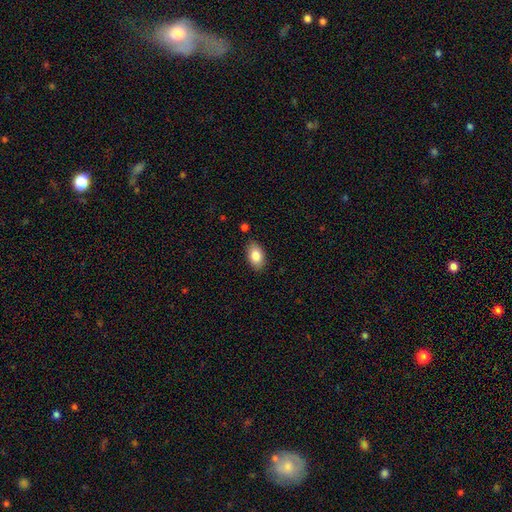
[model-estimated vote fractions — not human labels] Morphology: type=smooth (84%); roundness=in between (92%); merging=none (85%).